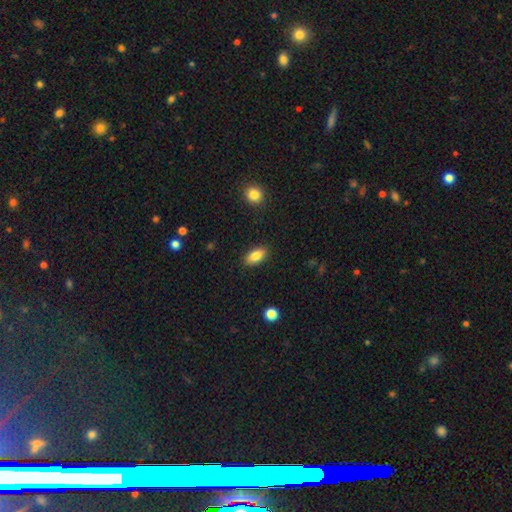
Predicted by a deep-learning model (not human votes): This is clearly a smooth galaxy (84%). How rounded: clearly in between (89%). Merging: clearly none (88%).